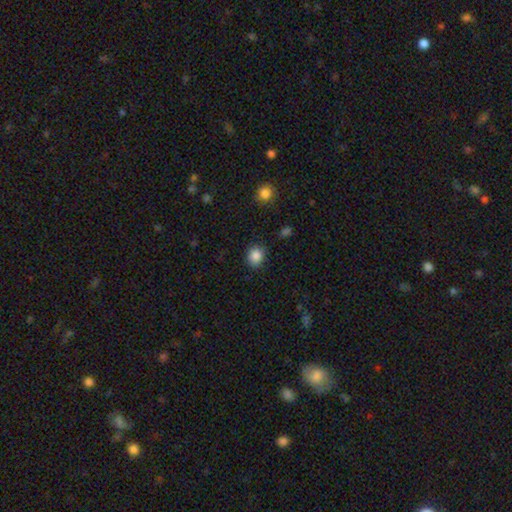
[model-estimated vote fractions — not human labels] The model was most divided on "how rounded": round: 75%, in between: 24%, cigar-shaped: 1%. More confident: smooth or featured — smooth (87%); merging — none (86%).